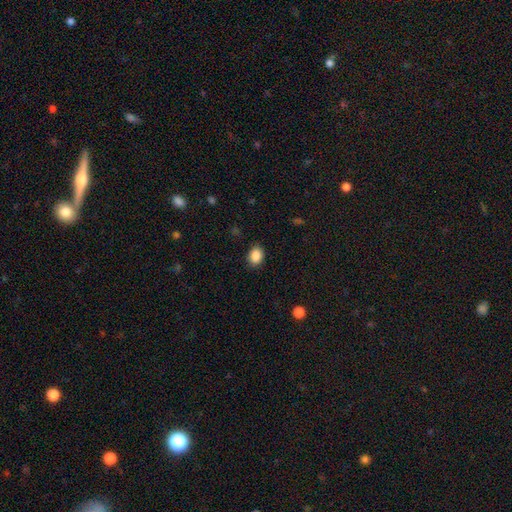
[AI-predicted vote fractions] Overall: smooth (88%). How rounded: in between (62%; round 37%). Merging: none (86%).